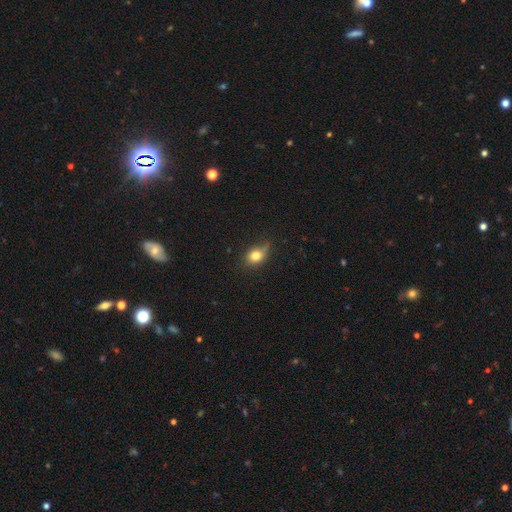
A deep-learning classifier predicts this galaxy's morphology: Q: Smooth or featured?
A: smooth (77%); runner-up: featured or disk (12%)
Q: How rounded?
A: in between (51%); runner-up: round (47%)
Q: Merging?
A: none (57%); runner-up: minor disturbance (31%)